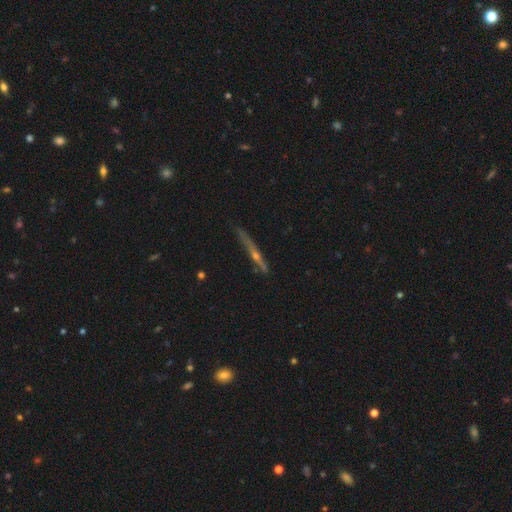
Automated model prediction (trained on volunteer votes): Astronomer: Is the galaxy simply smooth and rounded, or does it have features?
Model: featured or disk — 73%.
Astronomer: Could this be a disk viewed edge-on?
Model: yes — 96%.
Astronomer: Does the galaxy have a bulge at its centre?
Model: rounded — 79%.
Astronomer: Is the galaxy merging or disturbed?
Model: none — 77%.